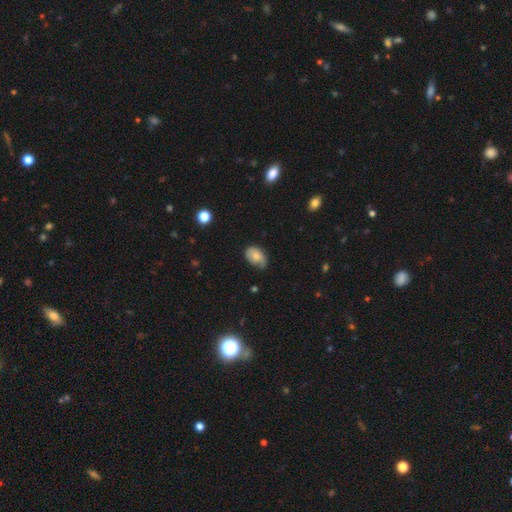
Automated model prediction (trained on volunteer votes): A smooth galaxy with no disk features (67%) that is in between round and cigar-shaped (84%).

Vote fractions:
- Smooth or featured? smooth: 67% / featured or disk: 25% / star or artifact: 8%
- How rounded? in between: 84% / round: 15% / cigar-shaped: 1%
- Merging? none: 50% / minor disturbance: 38% / major disturbance: 10% / merger: 2%